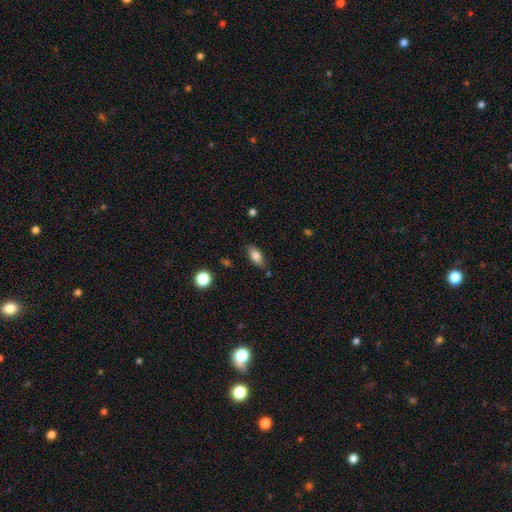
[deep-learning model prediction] The model was most divided on "merging": none: 77%, minor disturbance: 16%, major disturbance: 3%, merger: 3%. More confident: how rounded — in between (85%); smooth or featured — smooth (78%).